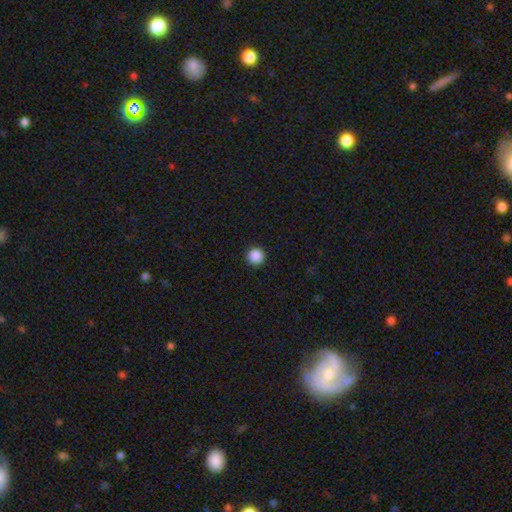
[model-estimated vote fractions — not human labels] Q: Smooth or featured?
A: smooth (88%); runner-up: star or artifact (10%)
Q: How rounded?
A: round (97%); runner-up: in between (3%)
Q: Merging?
A: none (93%); runner-up: minor disturbance (4%)